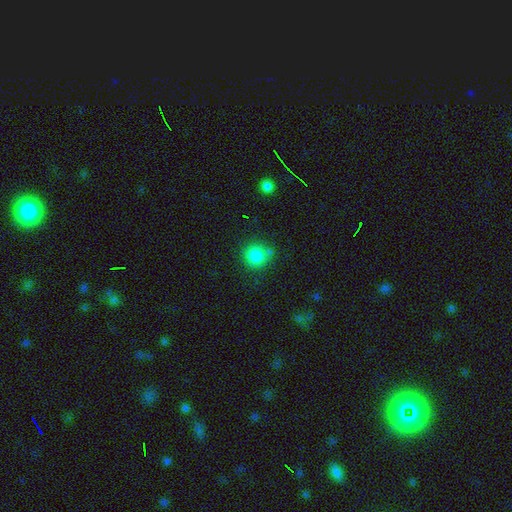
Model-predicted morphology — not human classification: Smooth or featured: smooth — 84% (star or artifact — 11%)
How rounded: round — 92% (in between — 7%)
Merging: none — 77% (minor disturbance — 12%)